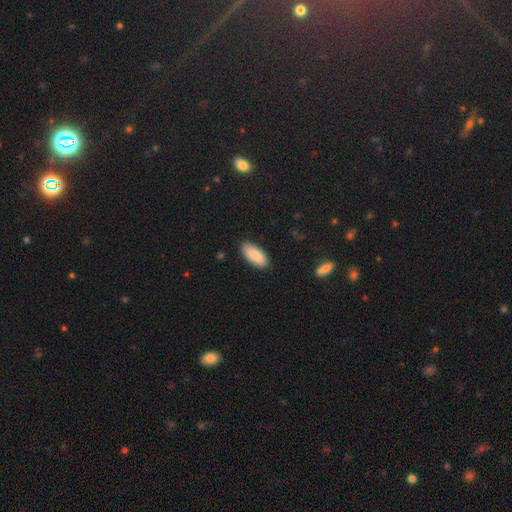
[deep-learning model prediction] Smooth or featured: smooth — 87% (featured or disk — 7%)
How rounded: in between — 90% (cigar-shaped — 8%)
Merging: none — 87% (minor disturbance — 10%)